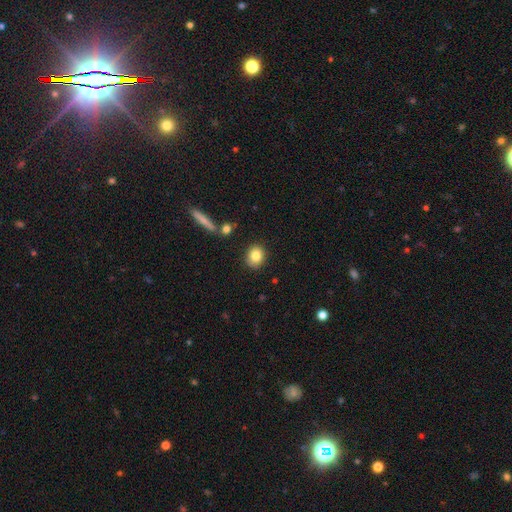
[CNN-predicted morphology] A smooth galaxy with no disk features (82%) that is round (63%). Merging: none (85%).